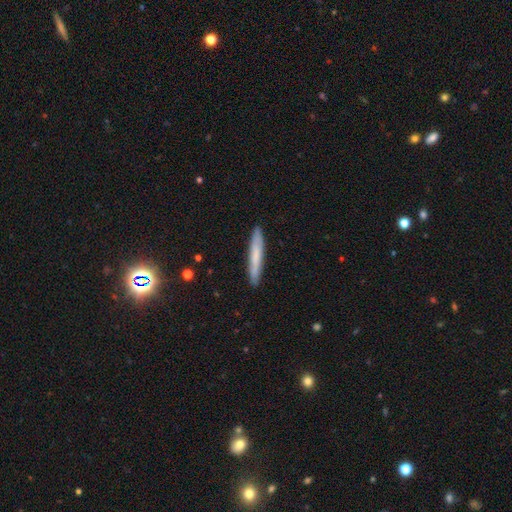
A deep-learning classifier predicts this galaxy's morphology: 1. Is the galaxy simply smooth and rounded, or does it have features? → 67% smooth, 26% featured or disk, 7% star or artifact.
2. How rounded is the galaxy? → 95% cigar-shaped, 4% in between, 1% round.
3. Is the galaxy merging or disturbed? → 90% none, 8% minor disturbance, 1% major disturbance, 1% merger.